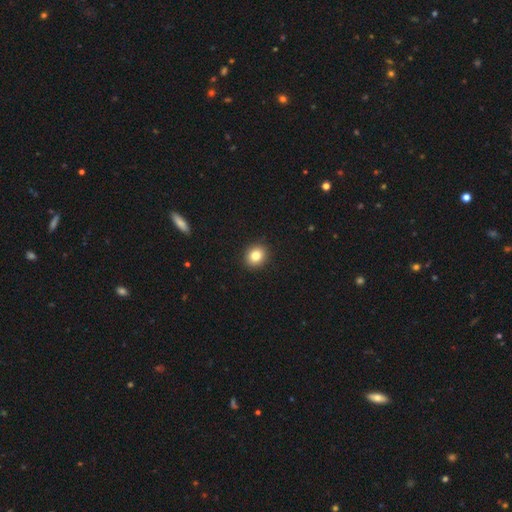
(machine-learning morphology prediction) This is clearly a smooth galaxy (82%). How rounded: likely round (69%). Merging: clearly none (92%).